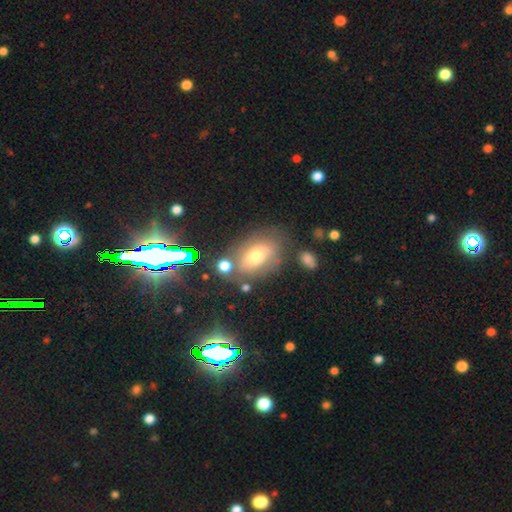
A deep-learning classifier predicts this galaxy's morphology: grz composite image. It shows a smooth galaxy with no disk features (60%) that is in between round and cigar-shaped (75%). Merging: none (62%).